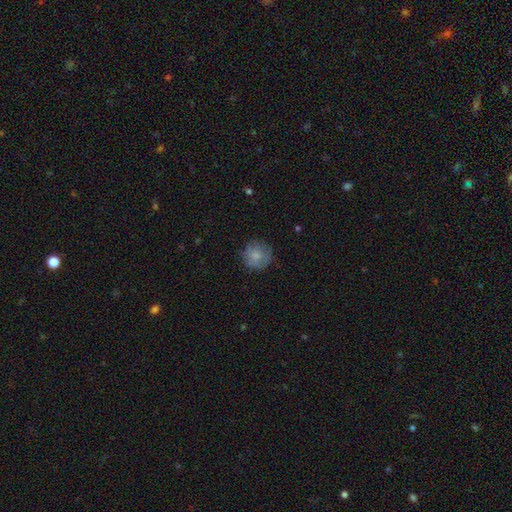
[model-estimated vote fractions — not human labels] This is likely a smooth galaxy (77%). How rounded: clearly round (92%). Merging: likely none (78%).